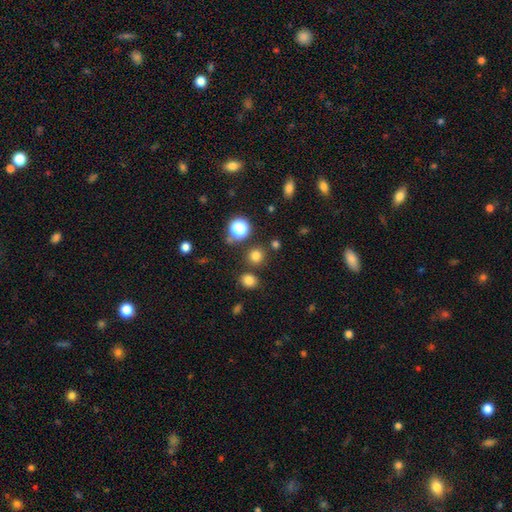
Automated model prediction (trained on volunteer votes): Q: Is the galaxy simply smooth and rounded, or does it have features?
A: smooth — 76%.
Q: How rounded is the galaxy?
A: round — 89%.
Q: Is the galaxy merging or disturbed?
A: none — 82%.